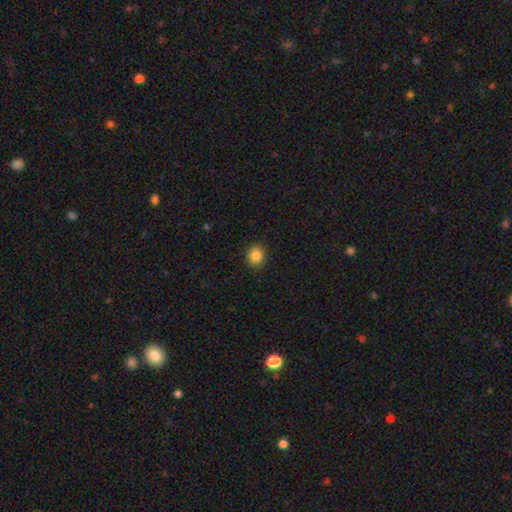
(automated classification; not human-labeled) A smooth galaxy with no disk features (85%) that is round (85%). Merging: none (91%).